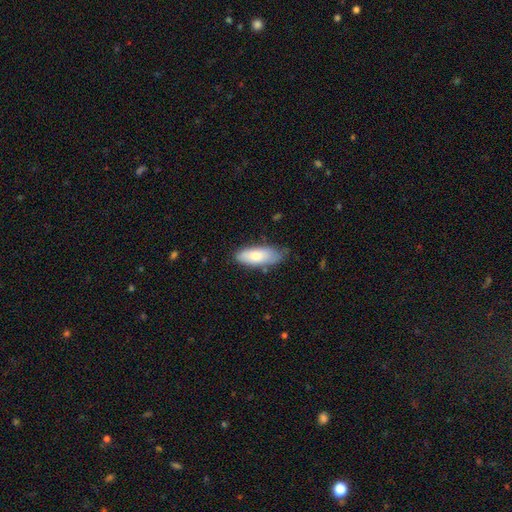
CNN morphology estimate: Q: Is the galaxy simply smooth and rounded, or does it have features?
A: smooth — 74%.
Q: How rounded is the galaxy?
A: in between — 77%.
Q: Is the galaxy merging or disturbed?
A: none — 65%.